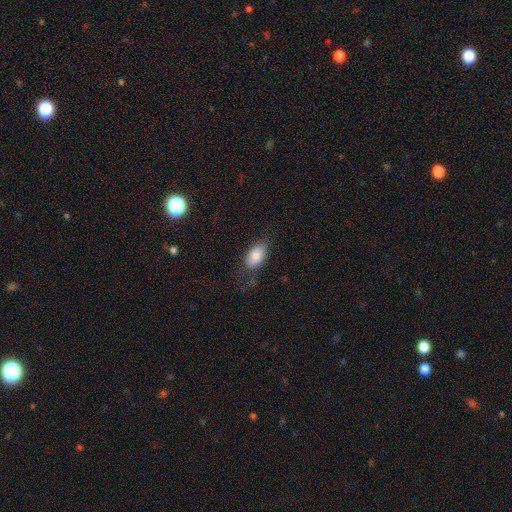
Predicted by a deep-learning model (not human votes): A smooth galaxy with no disk features (81%) that is in between round and cigar-shaped (91%). Merging: none (64%).